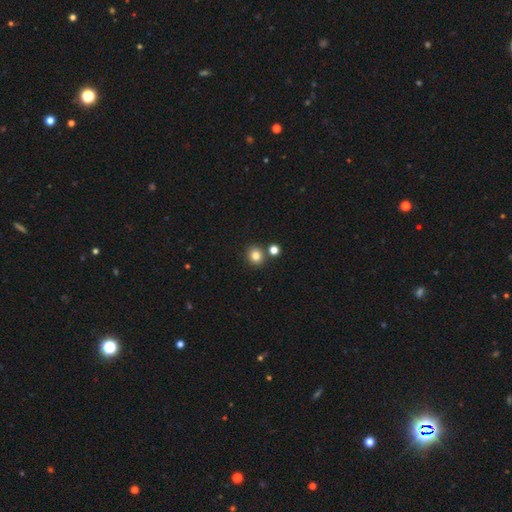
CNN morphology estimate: A smooth galaxy with no disk features (82%) that is round (82%).

Vote fractions:
- Smooth or featured? smooth: 82% / star or artifact: 12% / featured or disk: 6%
- How rounded? round: 82% / in between: 17% / cigar-shaped: 1%
- Merging? none: 79% / merger: 11% / minor disturbance: 8% / major disturbance: 2%